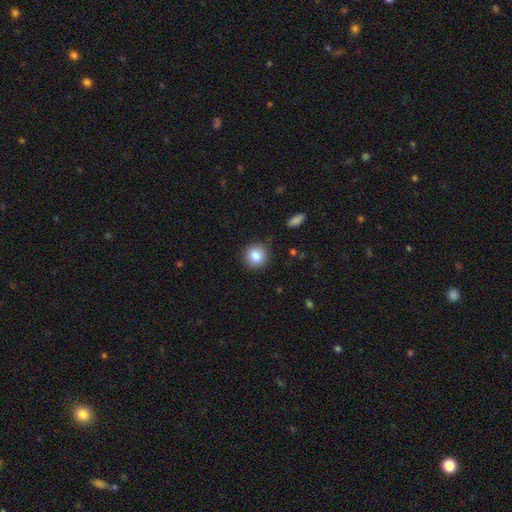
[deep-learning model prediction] This appears to be a smooth galaxy with no disk features (85%) that is round (92%). Merging: none (89%).